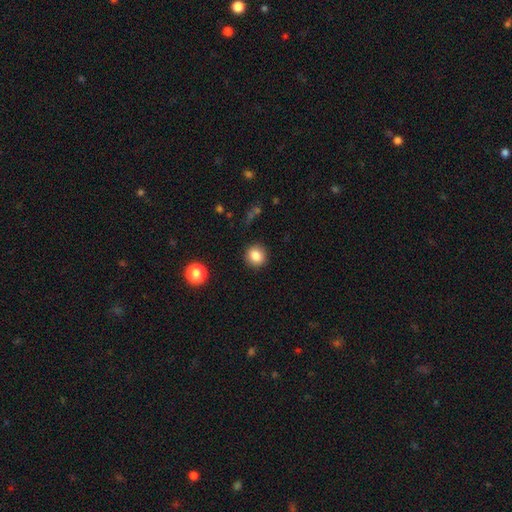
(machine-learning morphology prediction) A smooth galaxy with no disk features (84%) that is round (88%). Merging: none (90%).